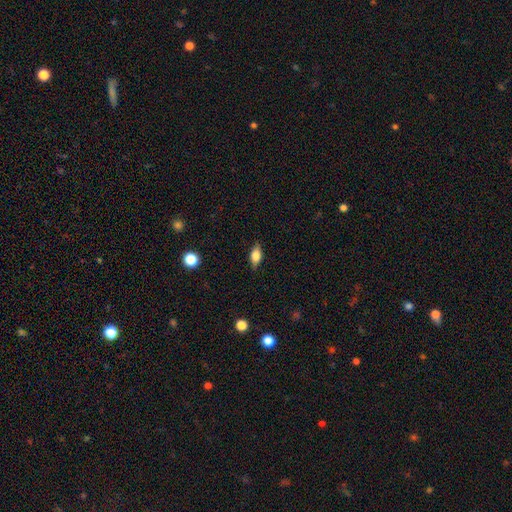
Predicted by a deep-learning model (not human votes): Smooth or featured? smooth (68%)
How rounded? in between (81%)
Merging? none (84%)